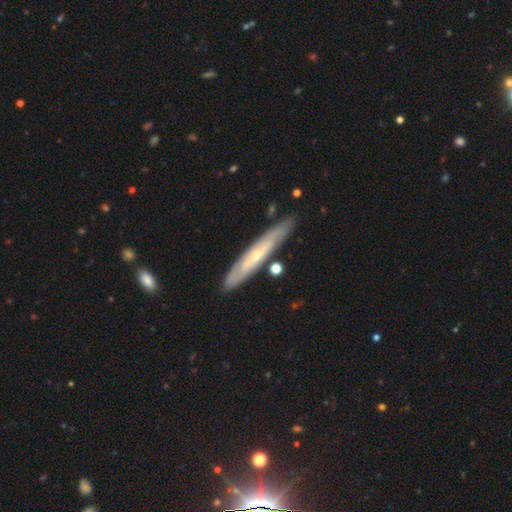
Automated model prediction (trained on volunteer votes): Q: Smooth or featured?
A: featured or disk (59%); runner-up: smooth (35%)
Q: Edge-on disk?
A: yes (73%); runner-up: no (27%)
Q: Merging?
A: none (83%); runner-up: minor disturbance (12%)